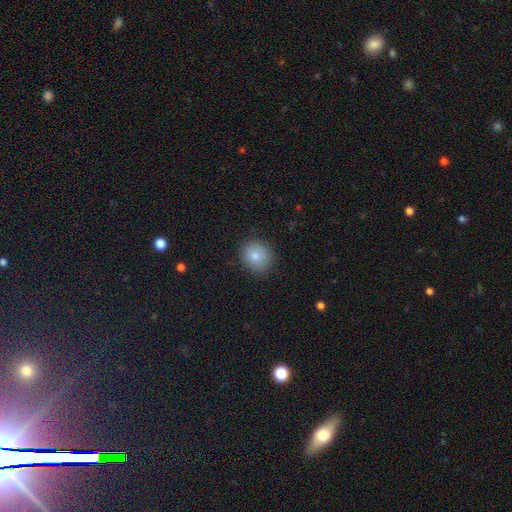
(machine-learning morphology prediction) The model was most divided on "how rounded": round: 79%, in between: 20%, cigar-shaped: 1%. More confident: merging — none (87%); smooth or featured — smooth (81%).